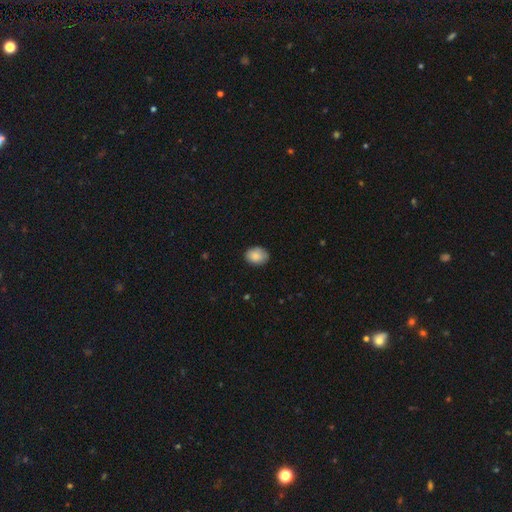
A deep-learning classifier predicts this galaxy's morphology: smooth 86%, star or artifact 7%, featured or disk 7%. Down the decision tree: how rounded — in between (67%); merging — none (79%).